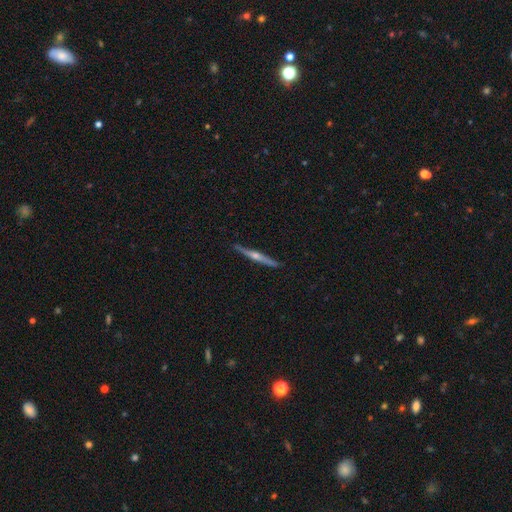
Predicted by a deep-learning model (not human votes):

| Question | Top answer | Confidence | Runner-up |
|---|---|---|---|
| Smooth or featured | featured or disk | 76% | smooth (19%) |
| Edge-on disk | yes | 98% | no (2%) |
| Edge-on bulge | rounded | 87% | none (8%) |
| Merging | none | 91% | minor disturbance (7%) |